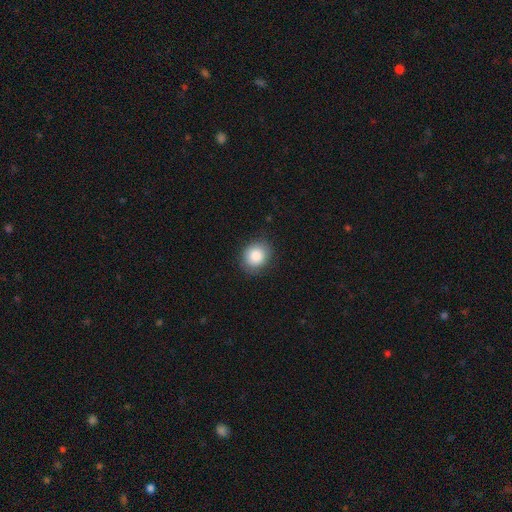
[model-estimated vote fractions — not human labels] A smooth galaxy with no disk features (86%) that is round (69%). Merging: none (85%).